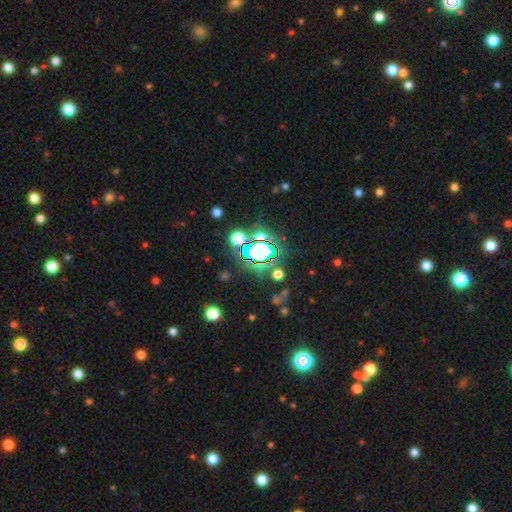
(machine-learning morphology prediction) Q: Smooth or featured?
A: star or artifact (65%); runner-up: smooth (23%)